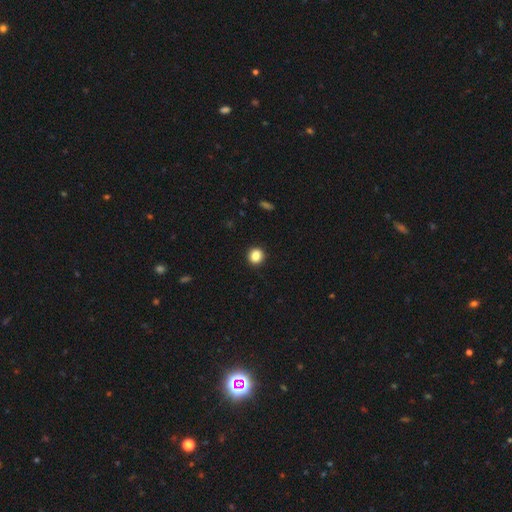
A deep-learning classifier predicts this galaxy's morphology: Smooth or featured? smooth (86%)
How rounded? round (89%)
Merging? none (93%)